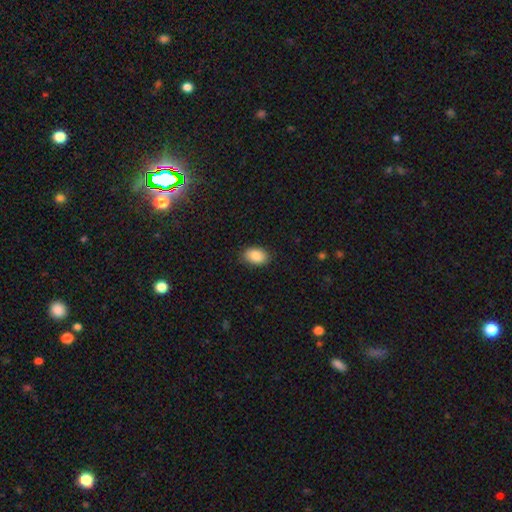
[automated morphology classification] Smooth or featured? smooth (87%)
How rounded? in between (89%)
Merging? none (85%)